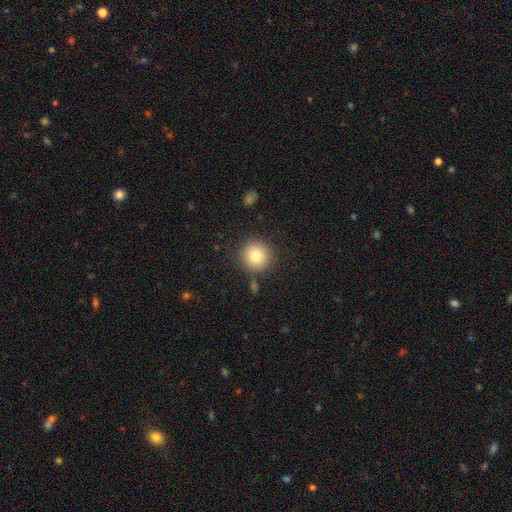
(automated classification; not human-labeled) The model was most divided on "smooth or featured": smooth: 82%, star or artifact: 10%, featured or disk: 8%. More confident: how rounded — round (94%); merging — none (87%).